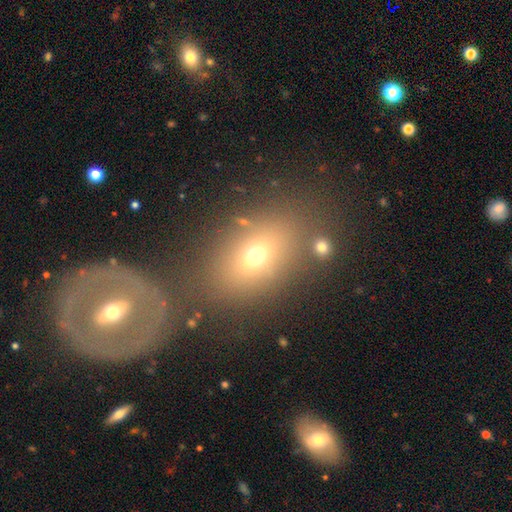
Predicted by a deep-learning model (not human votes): smooth 65%, featured or disk 18%, star or artifact 17%. Down the decision tree: how rounded — in between (72%); merging — none (68%).